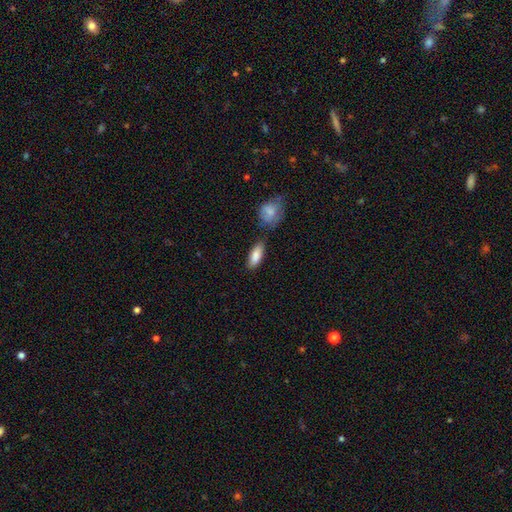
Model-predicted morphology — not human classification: Smooth or featured: smooth — 86% (featured or disk — 8%)
How rounded: in between — 77% (cigar-shaped — 21%)
Merging: none — 71% (minor disturbance — 16%)